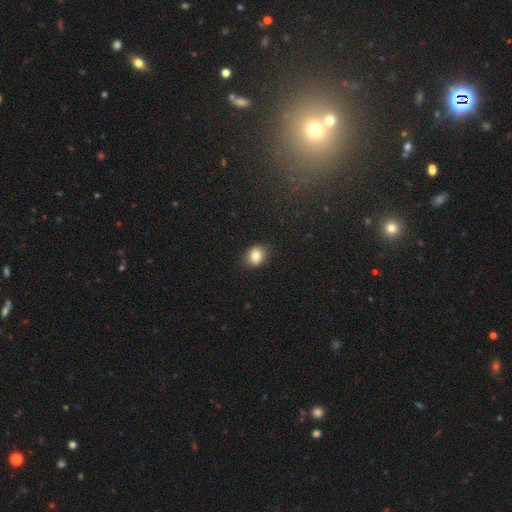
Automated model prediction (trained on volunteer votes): Smooth or featured? Predicted: smooth (p=0.82). How rounded? Predicted: round (p=0.57). Merging? Predicted: none (p=0.84).